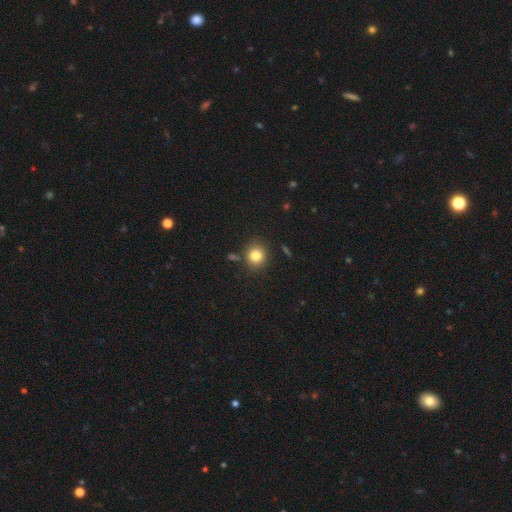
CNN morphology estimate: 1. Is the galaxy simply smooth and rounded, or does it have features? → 83% smooth, 11% star or artifact, 6% featured or disk.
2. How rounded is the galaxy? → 83% round, 16% in between, 1% cigar-shaped.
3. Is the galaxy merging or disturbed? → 82% none, 10% minor disturbance, 5% merger, 3% major disturbance.